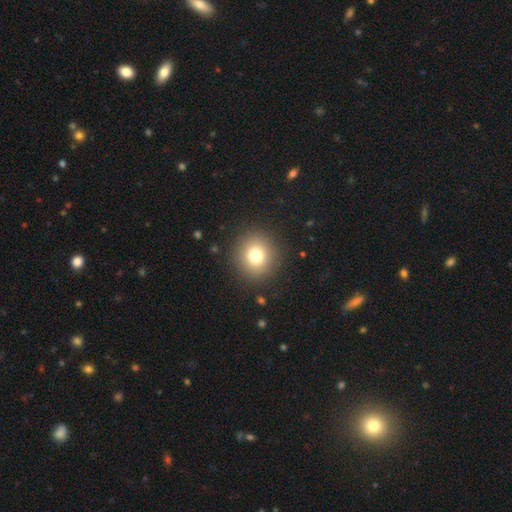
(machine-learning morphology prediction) Overall: smooth (76%). How rounded: round (91%). Merging: none (90%).